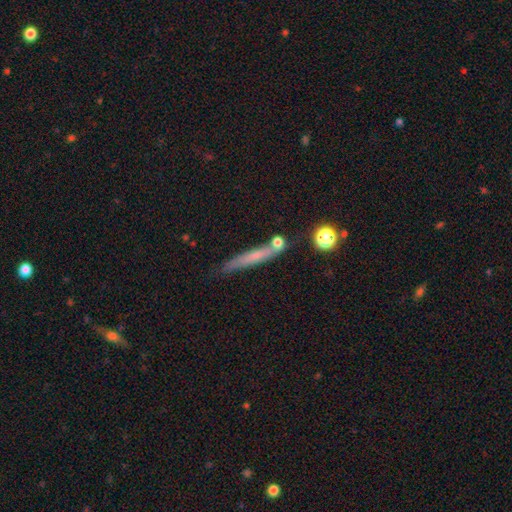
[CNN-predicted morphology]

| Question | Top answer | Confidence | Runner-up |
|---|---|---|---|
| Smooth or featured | smooth | 53% | featured or disk (36%) |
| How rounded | cigar-shaped | 90% | in between (6%) |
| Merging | none | 72% | minor disturbance (15%) |